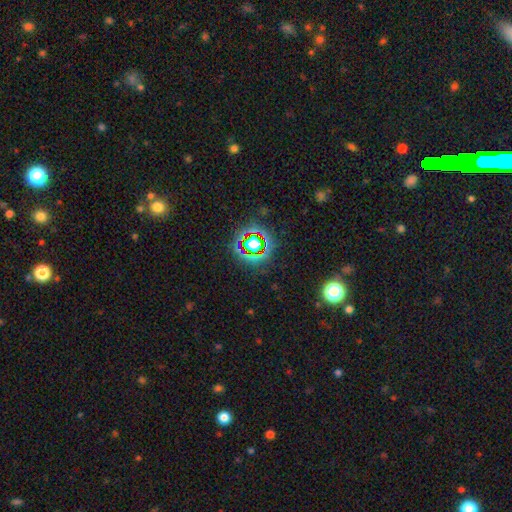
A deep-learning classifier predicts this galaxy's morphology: Smooth or featured?
  - star or artifact: 76% *
  - smooth: 15%
  - featured or disk: 9%